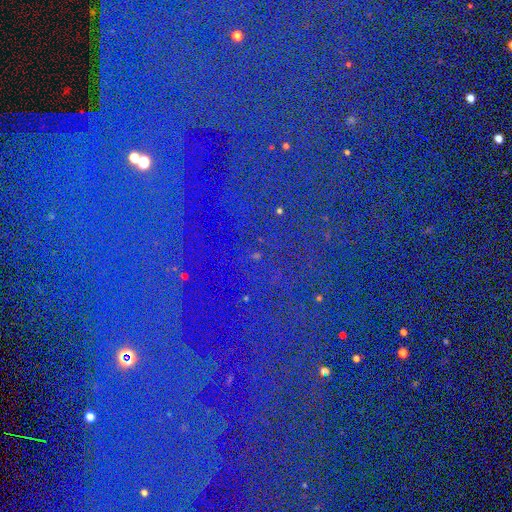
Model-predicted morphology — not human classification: A star or artifact, not a galaxy (86%).